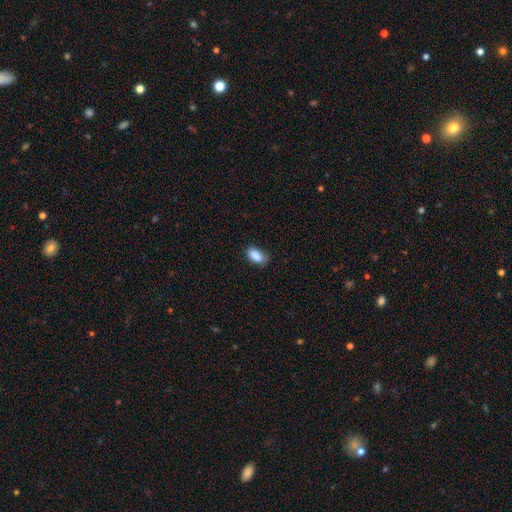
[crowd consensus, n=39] smooth-or-featured: smooth: 90% | star or artifact: 8% | featured or disk: 3%
  how-rounded: in between: 97% | cigar-shaped: 3% | round: 0%
  merging: none: 72% | minor disturbance: 25% | major disturbance: 3% | merger: 0%